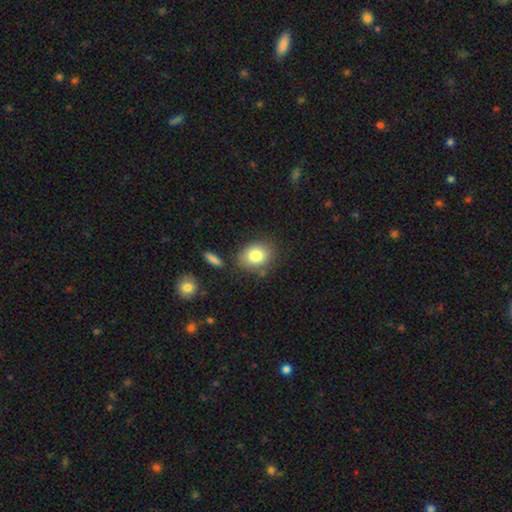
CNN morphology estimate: The model was most divided on "how rounded" (2-way tie): round: 49%, in between: 49%, cigar-shaped: 1%. More confident: smooth or featured — smooth (81%); merging — none (76%).